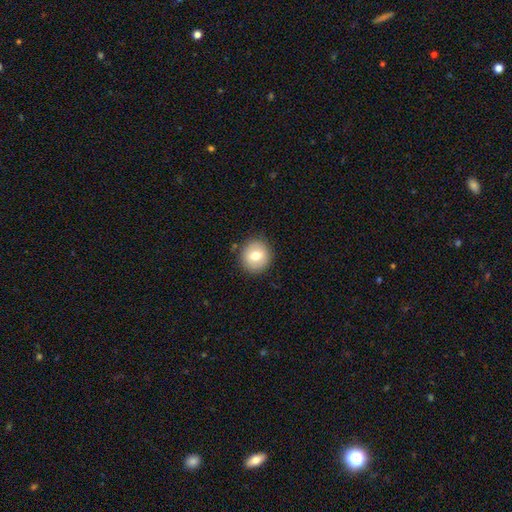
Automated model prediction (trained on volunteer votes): Q: Smooth or featured?
A: smooth (72%); runner-up: featured or disk (19%)
Q: How rounded?
A: round (90%); runner-up: in between (10%)
Q: Merging?
A: none (88%); runner-up: minor disturbance (8%)